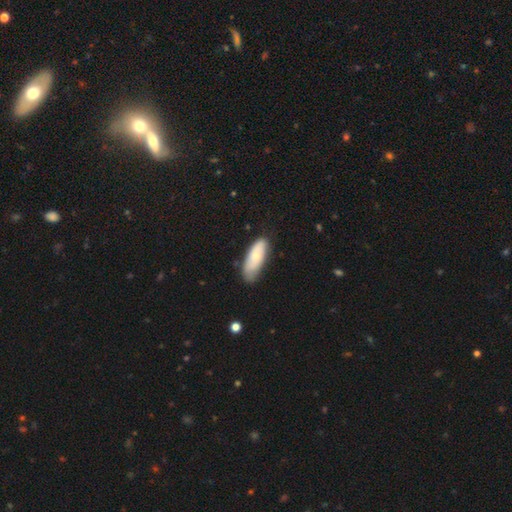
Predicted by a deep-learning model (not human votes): smooth_or_featured: smooth (p=0.70) [alt: featured or disk p=0.24]
how_rounded: in between (p=0.72) [alt: cigar-shaped p=0.26]
merging: none (p=0.67) [alt: minor disturbance p=0.26]